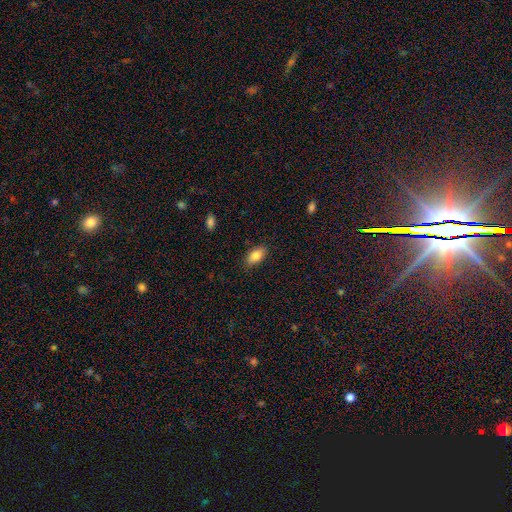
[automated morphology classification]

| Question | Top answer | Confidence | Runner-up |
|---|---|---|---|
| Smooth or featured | smooth | 83% | featured or disk (9%) |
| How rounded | in between | 91% | round (5%) |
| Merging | none | 85% | minor disturbance (11%) |